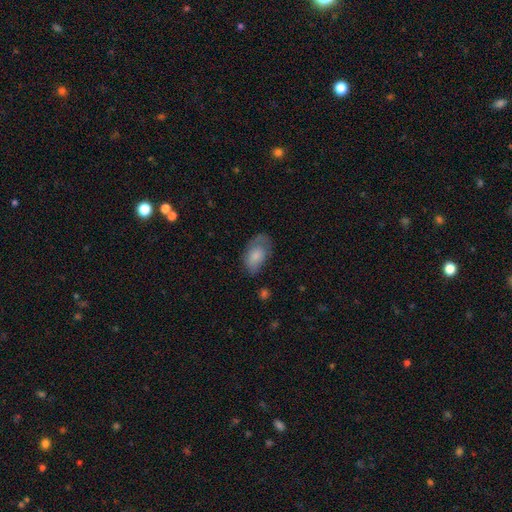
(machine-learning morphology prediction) A smooth galaxy with no disk features (73%) that is in between round and cigar-shaped (92%). Merging: none (51%).